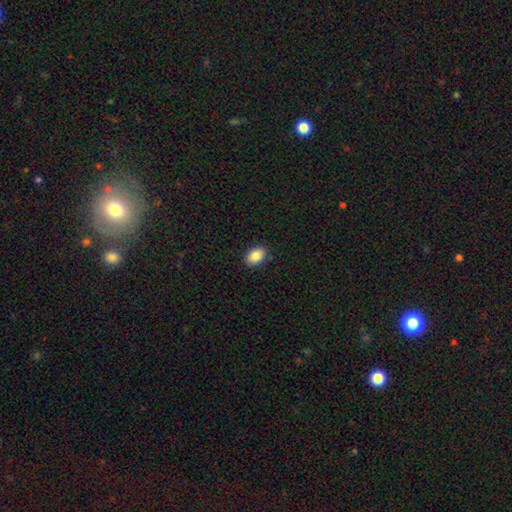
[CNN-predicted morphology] smooth-or-featured: smooth: 88% | star or artifact: 8% | featured or disk: 5%
  how-rounded: in between: 84% | round: 15% | cigar-shaped: 1%
  merging: none: 88% | minor disturbance: 9% | major disturbance: 2% | merger: 1%